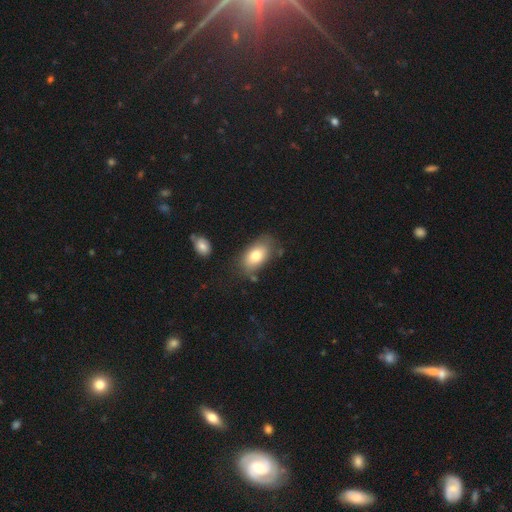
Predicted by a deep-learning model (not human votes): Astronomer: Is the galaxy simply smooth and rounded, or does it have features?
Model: smooth — 77%.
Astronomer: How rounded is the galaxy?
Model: in between — 91%.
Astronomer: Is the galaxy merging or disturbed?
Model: none — 73%.